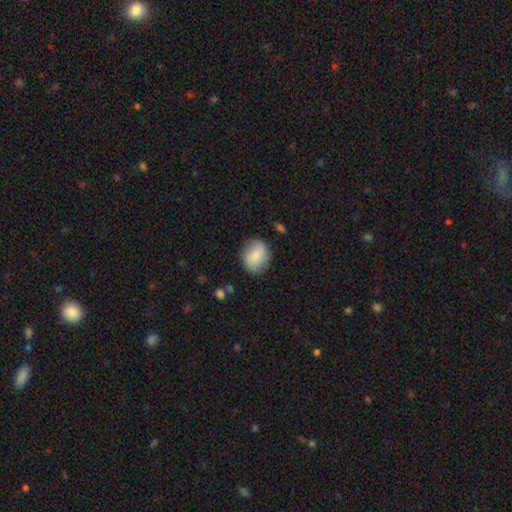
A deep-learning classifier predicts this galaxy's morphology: This appears to be a smooth galaxy with no disk features (76%) that is round (60%). Merging: none (82%).